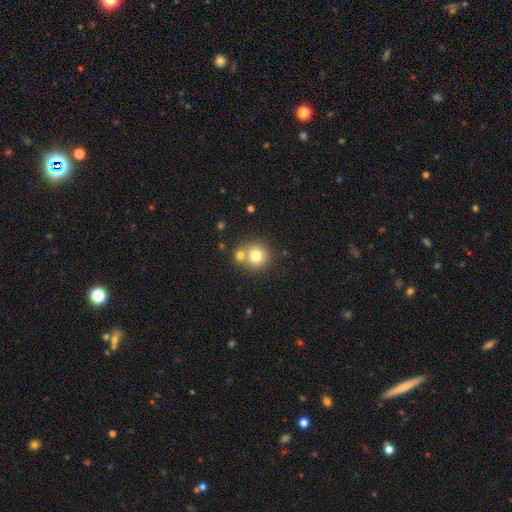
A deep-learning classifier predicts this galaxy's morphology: A smooth galaxy with no disk features (75%) that is round (90%).

Vote fractions:
- Smooth or featured? smooth: 75% / featured or disk: 13% / star or artifact: 12%
- How rounded? round: 90% / in between: 9% / cigar-shaped: 1%
- Merging? none: 56% / merger: 33% / minor disturbance: 8% / major disturbance: 3%